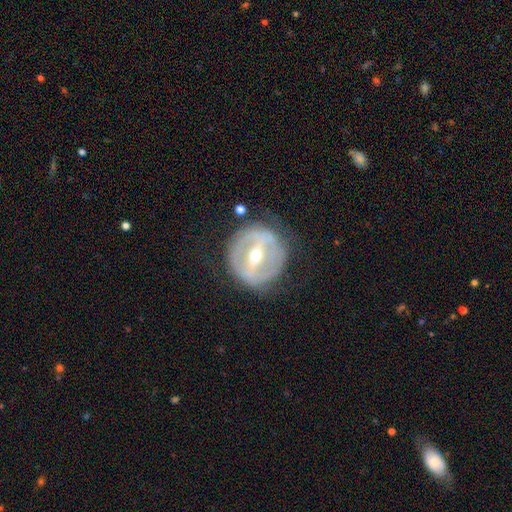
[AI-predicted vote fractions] Smooth or featured?
  - featured or disk: 78% *
  - smooth: 16%
  - star or artifact: 6%
Edge-on disk?
  - no: 92% *
  - yes: 8%
Bar?
  - strong: 64% *
  - weak: 26%
  - no: 10%
Spiral arms?
  - no: 57% *
  - yes: 43%
Bulge size?
  - moderate: 50% *
  - small: 47%
  - large: 2%
  - dominant: 1%
  - none: 1%
Merging?
  - none: 77% *
  - minor disturbance: 14%
  - major disturbance: 8%
  - merger: 2%